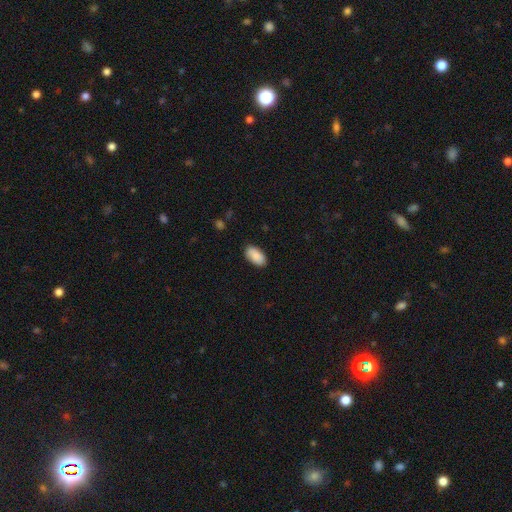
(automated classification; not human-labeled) Smooth or featured? smooth (89%)
How rounded? in between (95%)
Merging? none (86%)